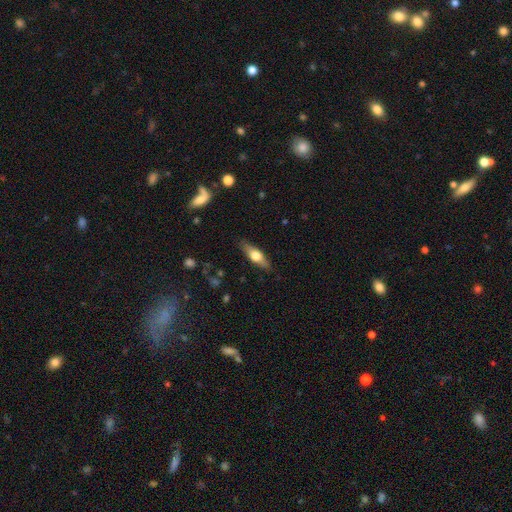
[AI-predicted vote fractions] Smooth or featured: smooth — 53% (featured or disk — 41%)
How rounded: cigar-shaped — 50% (in between — 47%)
Merging: none — 86% (minor disturbance — 10%)